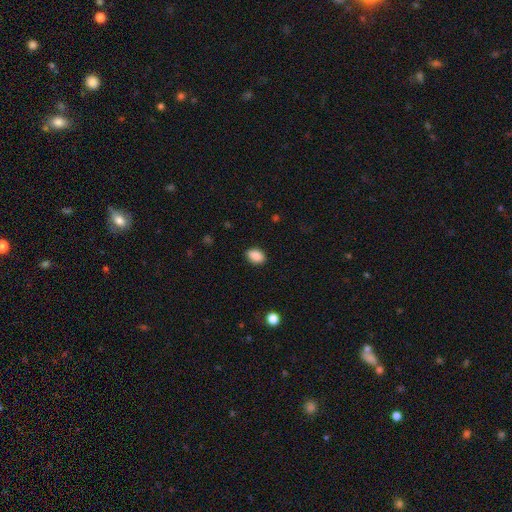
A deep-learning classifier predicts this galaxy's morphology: type=smooth (89%); roundness=in between (81%); merging=none (87%).